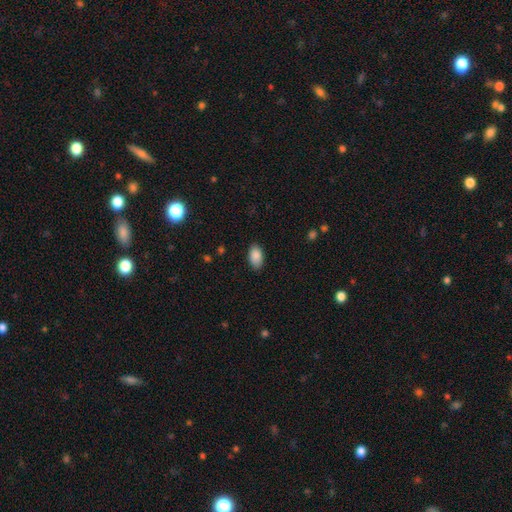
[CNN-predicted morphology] smooth 89%, star or artifact 7%, featured or disk 4%. Down the decision tree: how rounded — in between (93%); merging — none (84%).